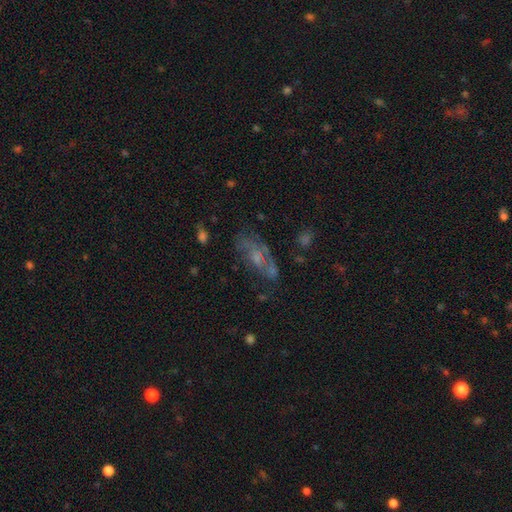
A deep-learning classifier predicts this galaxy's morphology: featured or disk 52%, smooth 29%, star or artifact 19%. Down the decision tree: edge-on disk — no (86%); merging — none (57%).